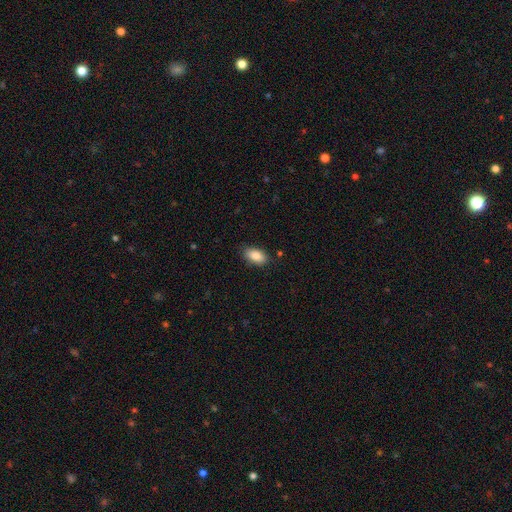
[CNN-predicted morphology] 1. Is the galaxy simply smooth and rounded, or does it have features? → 87% smooth, 7% star or artifact, 6% featured or disk.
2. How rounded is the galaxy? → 92% in between, 5% round, 3% cigar-shaped.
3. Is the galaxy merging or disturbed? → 85% none, 11% minor disturbance, 3% major disturbance, 1% merger.